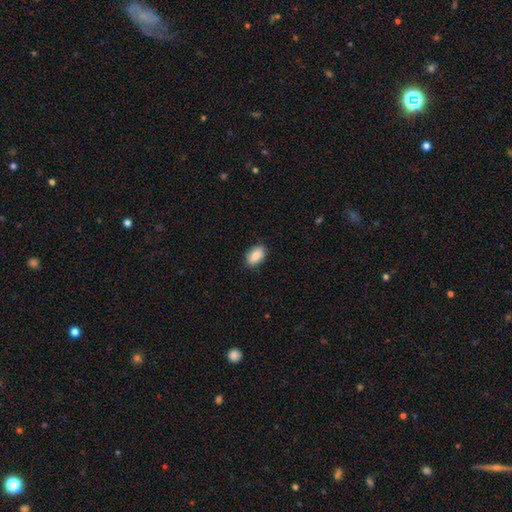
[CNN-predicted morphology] type=smooth (85%); roundness=in between (90%); merging=none (86%).